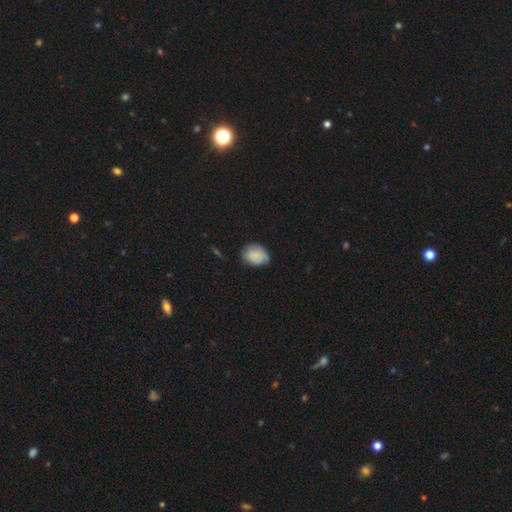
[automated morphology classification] The model was most divided on "how rounded": in between: 58%, round: 41%, cigar-shaped: 1%. More confident: smooth or featured — smooth (73%); merging — none (64%).